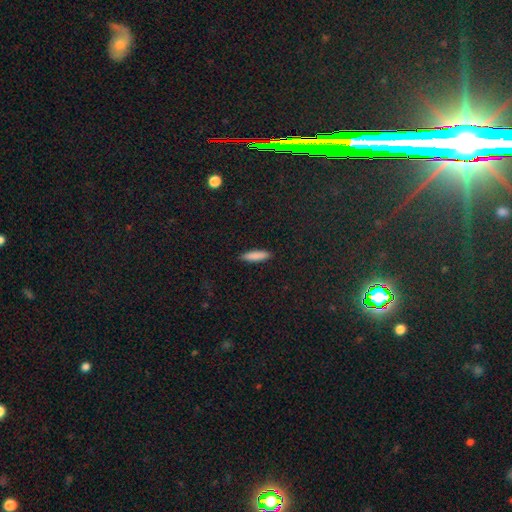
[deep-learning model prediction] A smooth galaxy with no disk features (86%) that is cigar-shaped (72%).

Vote fractions:
- Smooth or featured? smooth: 86% / star or artifact: 7% / featured or disk: 7%
- How rounded? cigar-shaped: 72% / in between: 26% / round: 2%
- Merging? none: 89% / minor disturbance: 8% / major disturbance: 2% / merger: 1%